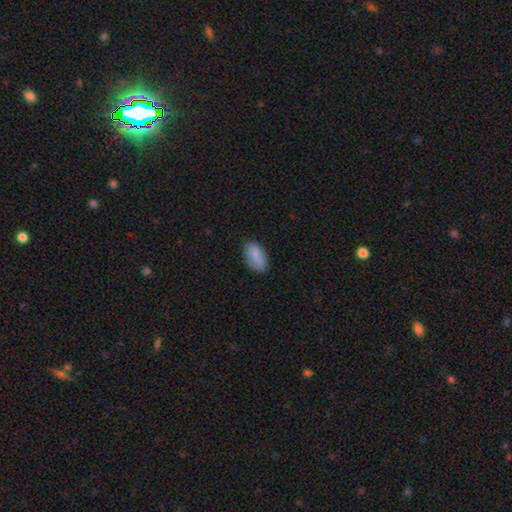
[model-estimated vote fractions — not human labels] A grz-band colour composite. It shows a smooth galaxy with no disk features (87%) that is in between round and cigar-shaped (93%). Merging: none (81%).